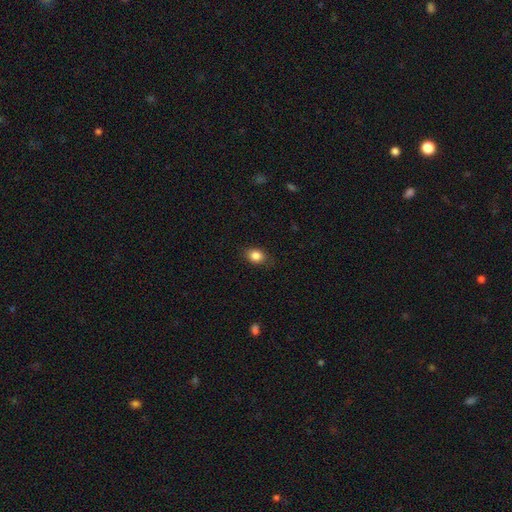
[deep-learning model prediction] This is clearly a smooth galaxy (85%). How rounded: possibly in between (57%). Merging: clearly none (82%).